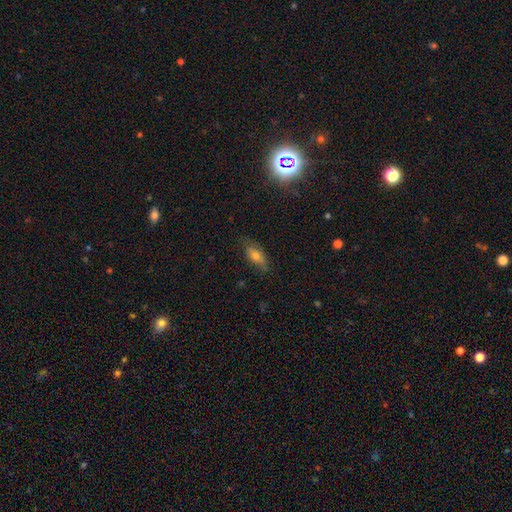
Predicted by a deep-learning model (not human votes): Smooth or featured?
  - smooth: 66% *
  - featured or disk: 23%
  - star or artifact: 11%
How rounded?
  - in between: 77% *
  - cigar-shaped: 19%
  - round: 4%
Merging?
  - none: 75% *
  - minor disturbance: 20%
  - major disturbance: 4%
  - merger: 1%